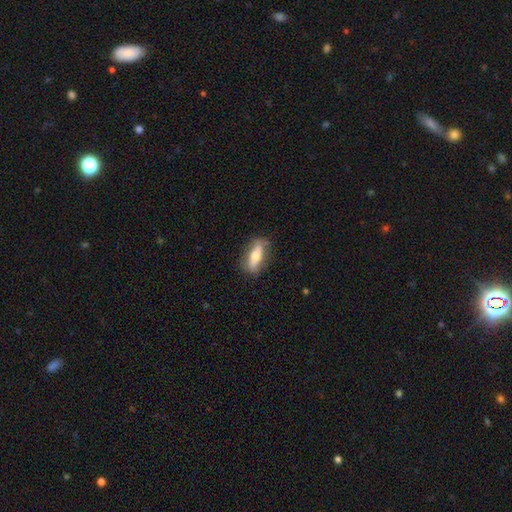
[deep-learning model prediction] A smooth galaxy with no disk features (58%) that is in between round and cigar-shaped (68%).

Vote fractions:
- Smooth or featured? smooth: 58% / featured or disk: 36% / star or artifact: 6%
- How rounded? in between: 68% / cigar-shaped: 29% / round: 4%
- Merging? none: 77% / minor disturbance: 17% / major disturbance: 5% / merger: 2%